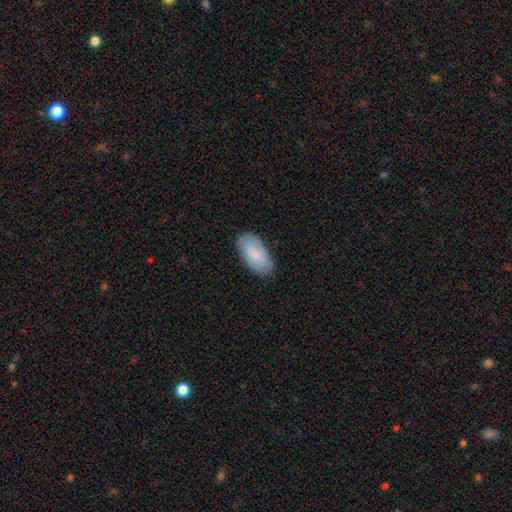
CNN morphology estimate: smooth 77%, featured or disk 17%, star or artifact 6%. Down the decision tree: how rounded — in between (94%); merging — none (80%).